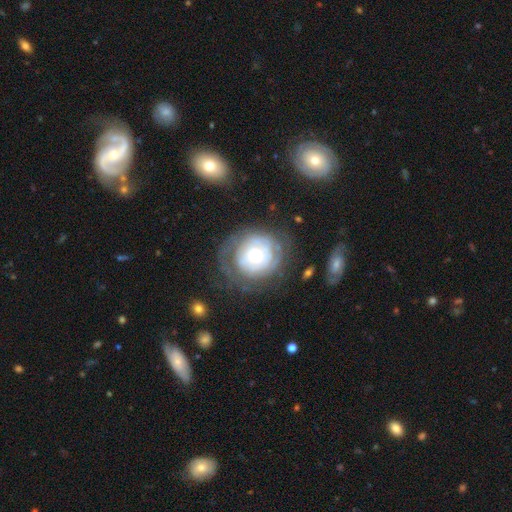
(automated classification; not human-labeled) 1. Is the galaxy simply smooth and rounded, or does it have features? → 72% featured or disk, 22% smooth, 6% star or artifact.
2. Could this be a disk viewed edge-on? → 97% no, 3% yes.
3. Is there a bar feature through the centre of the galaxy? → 80% no, 15% weak, 4% strong.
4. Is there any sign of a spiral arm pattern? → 78% yes, 22% no.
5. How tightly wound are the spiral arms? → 70% tight, 20% medium, 10% loose.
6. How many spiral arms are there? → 51% can't tell, 22% 2, 10% 3, 6% 1, 6% 4, 5% more than 4.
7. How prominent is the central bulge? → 52% moderate, 37% small, 8% large, 2% dominant, 1% none.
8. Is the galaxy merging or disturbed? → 63% none, 19% minor disturbance, 16% major disturbance, 2% merger.